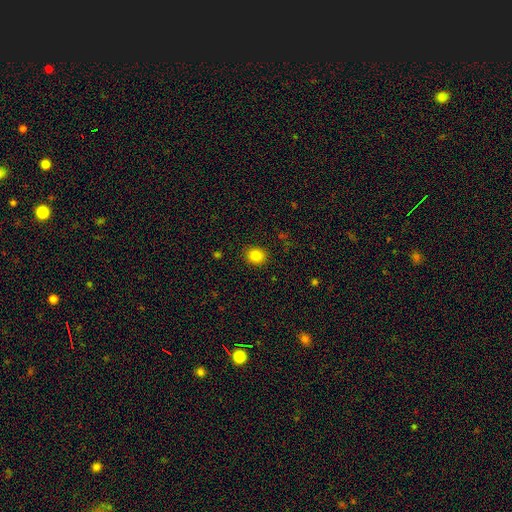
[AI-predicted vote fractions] Morphology: type=smooth (83%); roundness=round (73%); merging=none (90%).